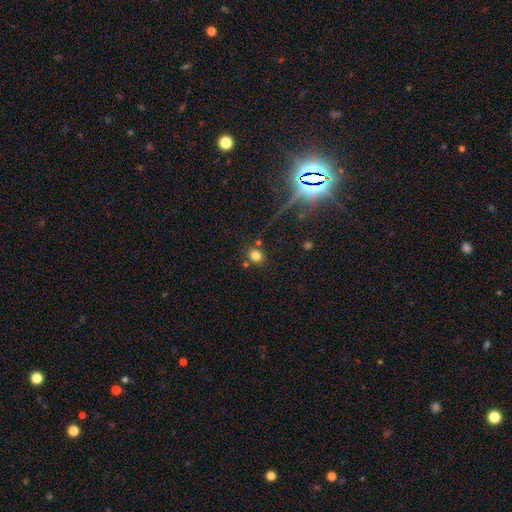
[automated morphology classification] This is likely a smooth galaxy (77%). How rounded: likely round (65%). Merging: likely none (75%).